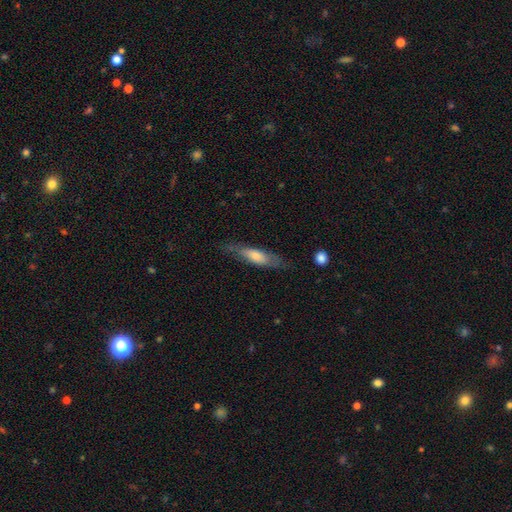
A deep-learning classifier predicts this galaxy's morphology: A smooth galaxy with no disk features (52%) that is cigar-shaped (72%). Merging: none (74%).